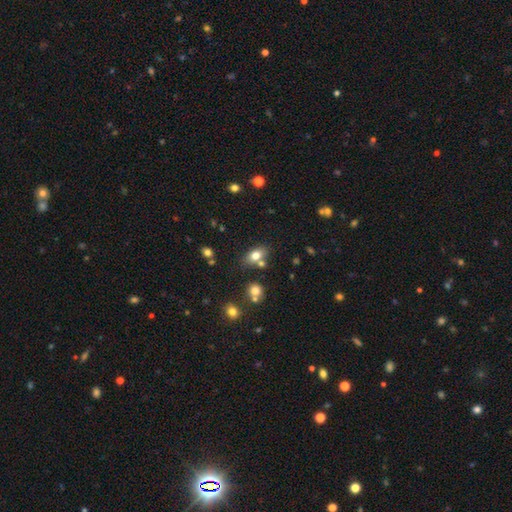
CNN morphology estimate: Smooth or featured? Predicted: smooth (p=0.75). How rounded? Predicted: in between (p=0.82). Merging? Predicted: none (p=0.65).